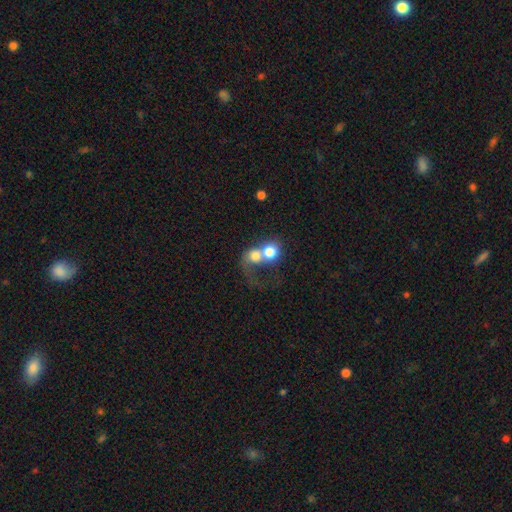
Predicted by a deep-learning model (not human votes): Morphology: type=smooth (62%); roundness=round (68%); merging=merger (75%).